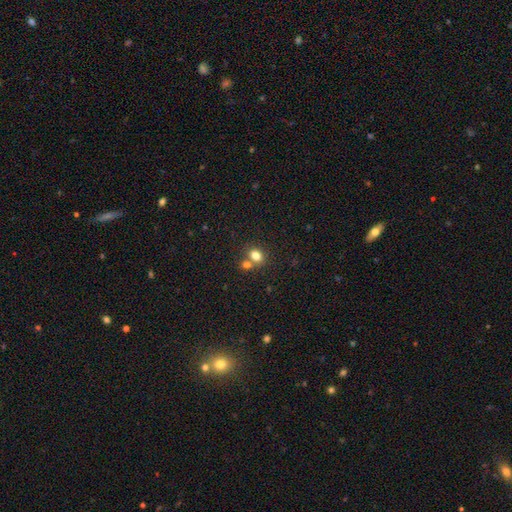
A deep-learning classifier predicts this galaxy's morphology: Smooth or featured?
  - smooth: 79% *
  - star or artifact: 12%
  - featured or disk: 9%
How rounded?
  - in between: 51% *
  - round: 47%
  - cigar-shaped: 1%
Merging?
  - none: 53% *
  - merger: 35%
  - minor disturbance: 9%
  - major disturbance: 3%